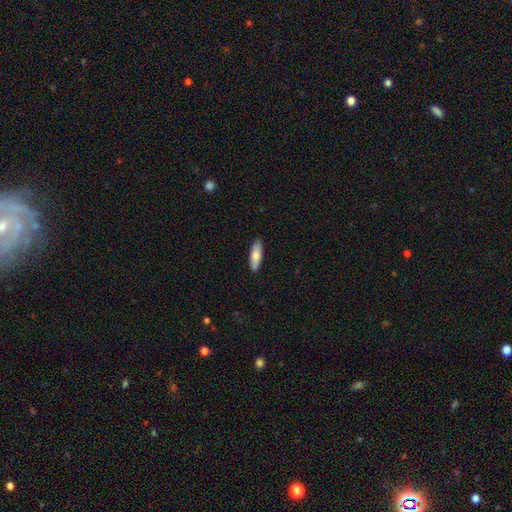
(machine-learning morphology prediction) Q: Smooth or featured?
A: smooth (77%); runner-up: featured or disk (18%)
Q: How rounded?
A: in between (54%); runner-up: cigar-shaped (44%)
Q: Merging?
A: none (89%); runner-up: minor disturbance (9%)